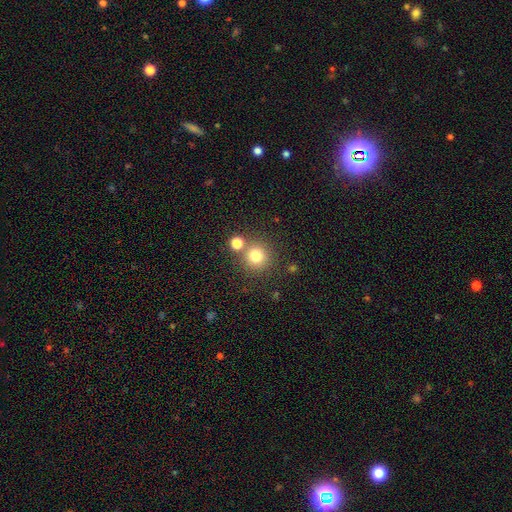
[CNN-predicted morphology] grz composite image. It shows a smooth galaxy with no disk features (78%) that is round (94%). Merging: none (74%).